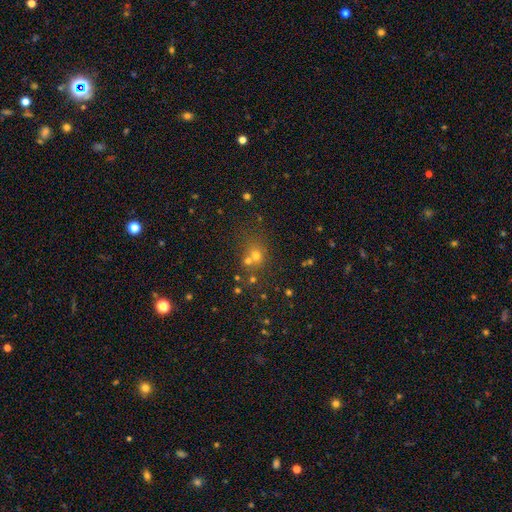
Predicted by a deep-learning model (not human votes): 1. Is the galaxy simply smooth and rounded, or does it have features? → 55% smooth, 32% star or artifact, 13% featured or disk.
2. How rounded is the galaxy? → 79% round, 20% in between, 1% cigar-shaped.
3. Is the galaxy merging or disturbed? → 51% none, 36% merger, 8% minor disturbance, 5% major disturbance.